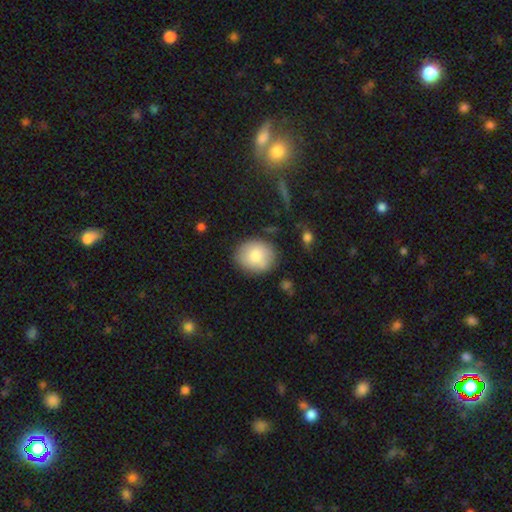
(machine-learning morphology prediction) The model was most divided on "how rounded": round: 72%, in between: 27%, cigar-shaped: 1%. More confident: merging — none (80%); smooth or featured — smooth (80%).